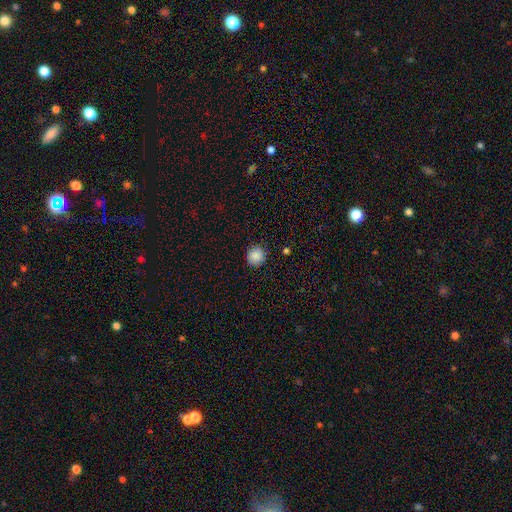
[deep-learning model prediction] Smooth or featured? Predicted: smooth (p=0.87). How rounded? Predicted: round (p=0.93). Merging? Predicted: none (p=0.90).